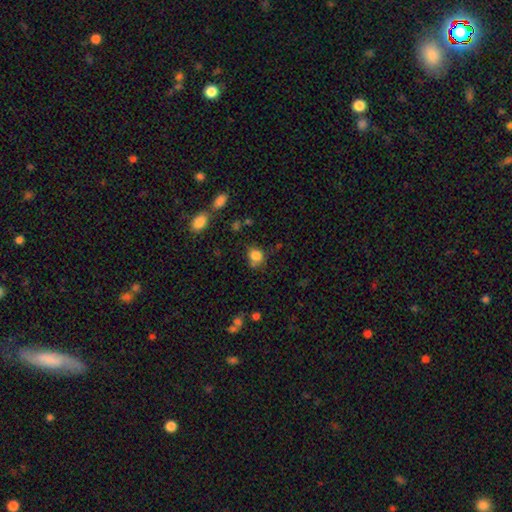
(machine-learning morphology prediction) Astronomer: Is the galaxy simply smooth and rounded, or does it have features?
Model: smooth — 83%.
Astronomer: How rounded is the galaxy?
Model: round — 69%.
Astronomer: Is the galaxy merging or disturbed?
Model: none — 61%.